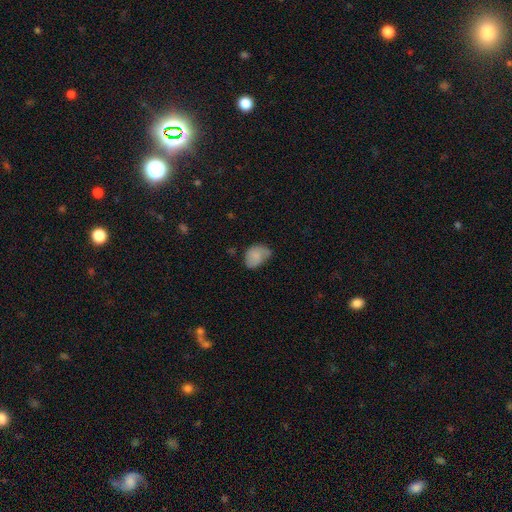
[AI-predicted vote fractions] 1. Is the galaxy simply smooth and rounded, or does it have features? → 73% smooth, 18% featured or disk, 9% star or artifact.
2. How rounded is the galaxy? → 72% in between, 27% round, 1% cigar-shaped.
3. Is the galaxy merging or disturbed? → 43% minor disturbance, 38% none, 16% major disturbance, 3% merger.